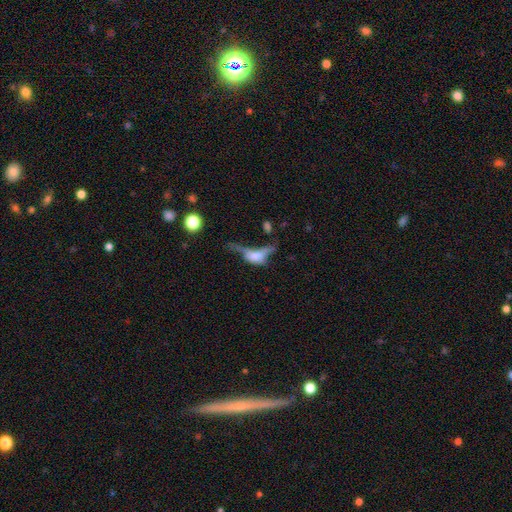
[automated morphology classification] Smooth or featured? smooth (45%)
Merging? major disturbance (46%)